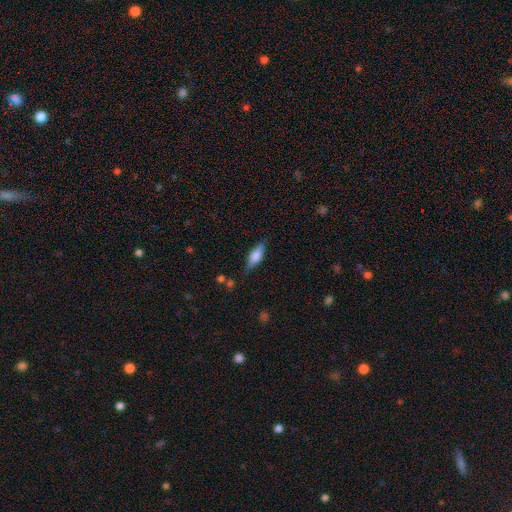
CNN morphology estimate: type=smooth (70%); roundness=in between (63%); merging=none (79%).